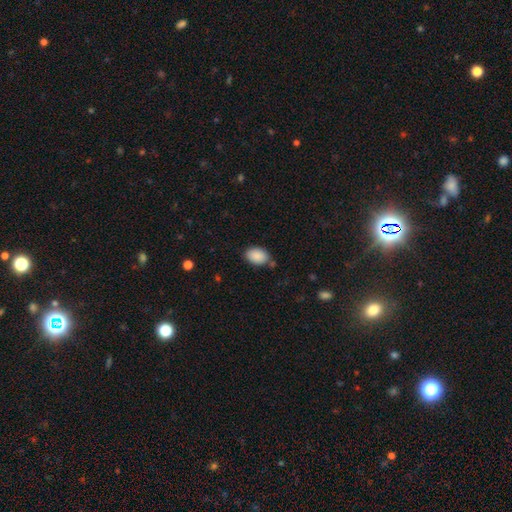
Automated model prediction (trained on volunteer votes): Morphology: type=smooth (89%); roundness=in between (86%); merging=none (76%).